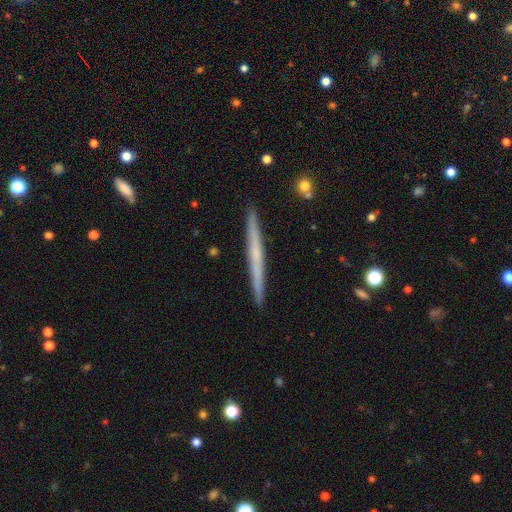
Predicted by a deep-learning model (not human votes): smooth_or_featured: featured or disk (p=0.56) [alt: smooth p=0.38]
disk_edge_on: yes (p=0.98) [alt: no p=0.02]
edge_on_bulge: none (p=0.76) [alt: rounded p=0.19]
merging: none (p=0.92) [alt: minor disturbance p=0.05]